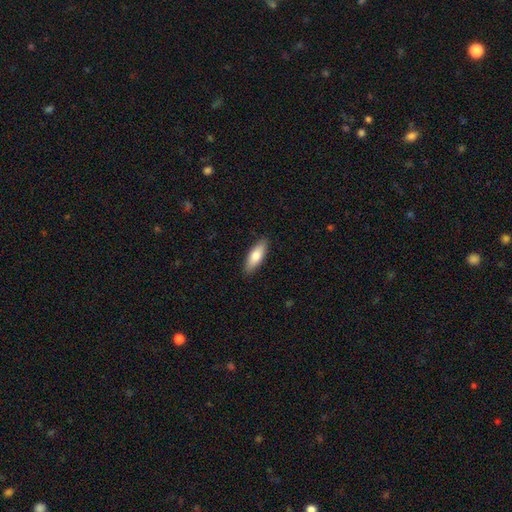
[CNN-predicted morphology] smooth_or_featured: smooth (p=0.77) [alt: featured or disk p=0.18]
how_rounded: in between (p=0.63) [alt: cigar-shaped p=0.35]
merging: none (p=0.89) [alt: minor disturbance p=0.09]